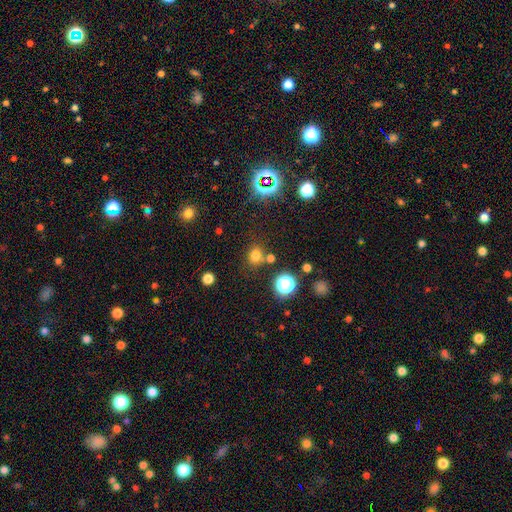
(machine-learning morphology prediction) smooth_or_featured: smooth (p=0.72) [alt: star or artifact p=0.22]
how_rounded: round (p=0.77) [alt: in between p=0.22]
merging: none (p=0.74) [alt: merger p=0.12]